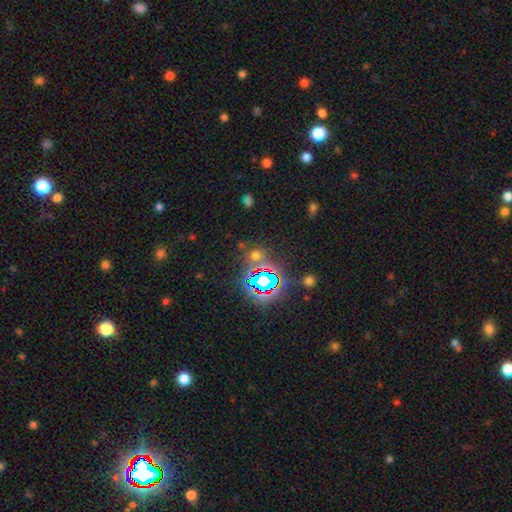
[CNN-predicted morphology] Overall: star or artifact (53%; smooth 38%).